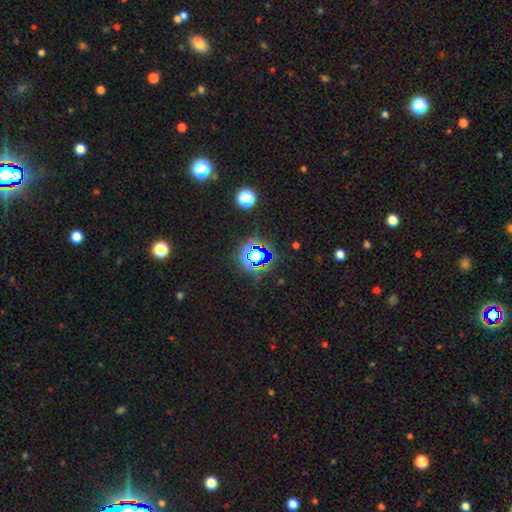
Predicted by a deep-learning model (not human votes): Smooth or featured? star or artifact (67%)